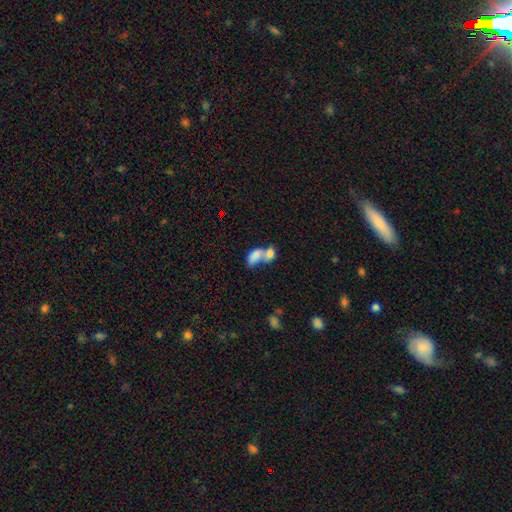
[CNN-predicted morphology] Smooth or featured? smooth (75%)
How rounded? in between (89%)
Merging? merger (75%)